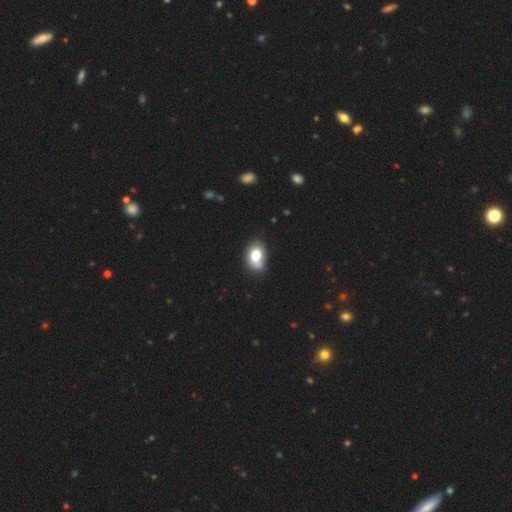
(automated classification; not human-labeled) Q: Smooth or featured?
A: smooth (75%); runner-up: featured or disk (16%)
Q: How rounded?
A: in between (81%); runner-up: round (18%)
Q: Merging?
A: none (57%); runner-up: minor disturbance (25%)